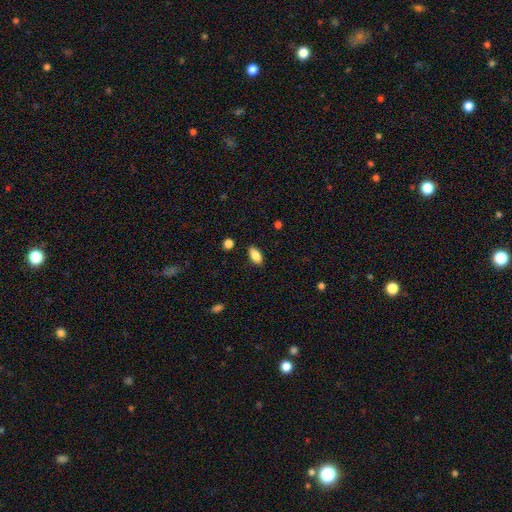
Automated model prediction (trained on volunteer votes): A smooth galaxy with no disk features (84%) that is in between round and cigar-shaped (90%).

Vote fractions:
- Smooth or featured? smooth: 84% / featured or disk: 8% / star or artifact: 7%
- How rounded? in between: 90% / cigar-shaped: 7% / round: 3%
- Merging? none: 86% / minor disturbance: 10% / major disturbance: 2% / merger: 1%